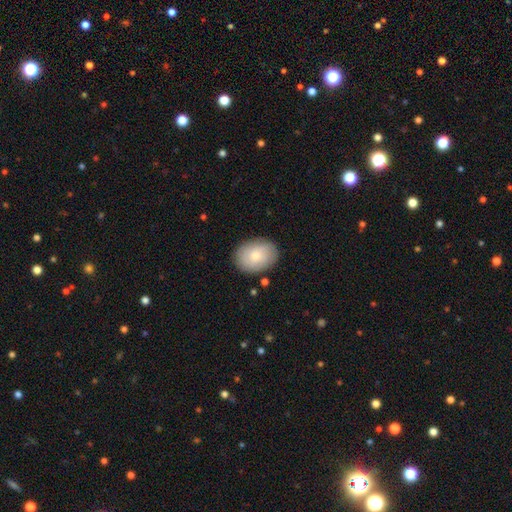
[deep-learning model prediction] Smooth or featured?
  - smooth: 73% *
  - featured or disk: 21%
  - star or artifact: 6%
How rounded?
  - in between: 69% *
  - round: 30%
  - cigar-shaped: 1%
Merging?
  - none: 84% *
  - minor disturbance: 11%
  - major disturbance: 3%
  - merger: 2%